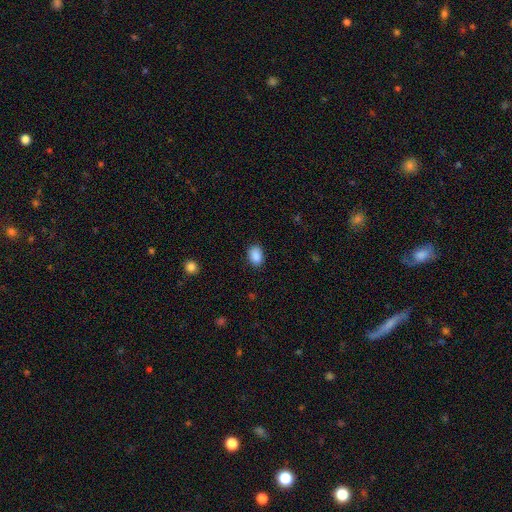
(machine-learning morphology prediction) smooth_or_featured: smooth (p=0.89) [alt: star or artifact p=0.08]
how_rounded: in between (p=0.79) [alt: round p=0.20]
merging: none (p=0.86) [alt: minor disturbance p=0.10]